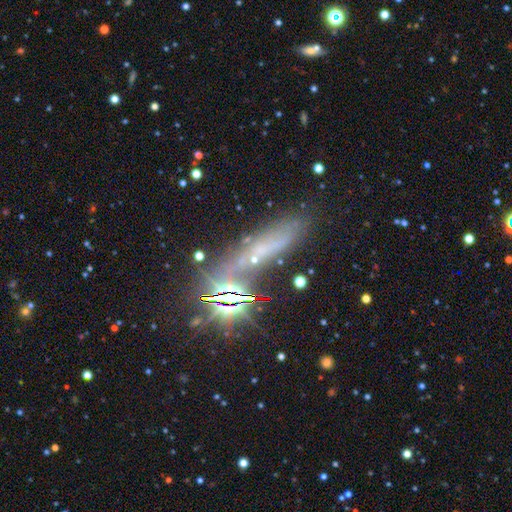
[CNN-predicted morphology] This is marginally a star or artifact rather than a galaxy (41%).